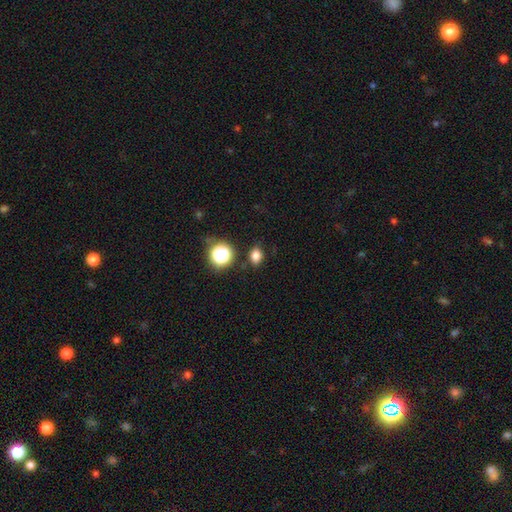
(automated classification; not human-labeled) This is likely a smooth galaxy (78%). How rounded: likely in between (61%). Merging: clearly none (81%).